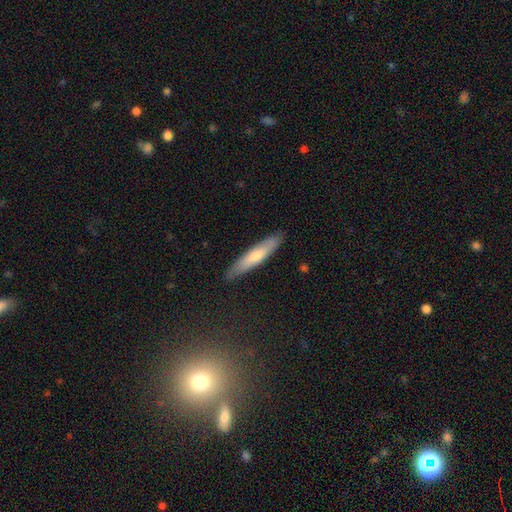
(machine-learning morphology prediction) smooth_or_featured: smooth (p=0.65) [alt: featured or disk p=0.30]
how_rounded: cigar-shaped (p=0.88) [alt: in between p=0.11]
merging: none (p=0.88) [alt: minor disturbance p=0.10]